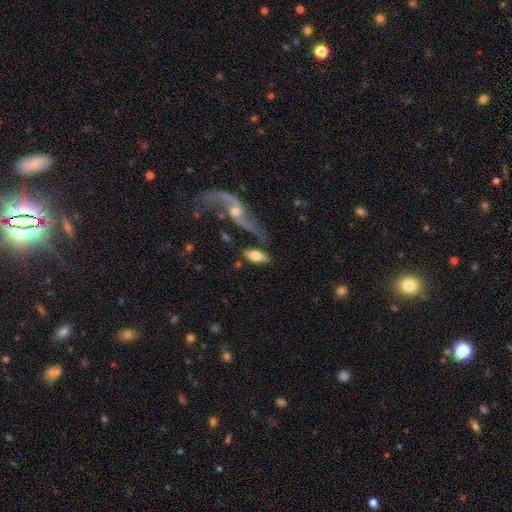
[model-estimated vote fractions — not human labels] The model was most divided on "smooth or featured": smooth: 59%, featured or disk: 35%, star or artifact: 6%. More confident: how rounded — in between (83%); merging — none (57%).